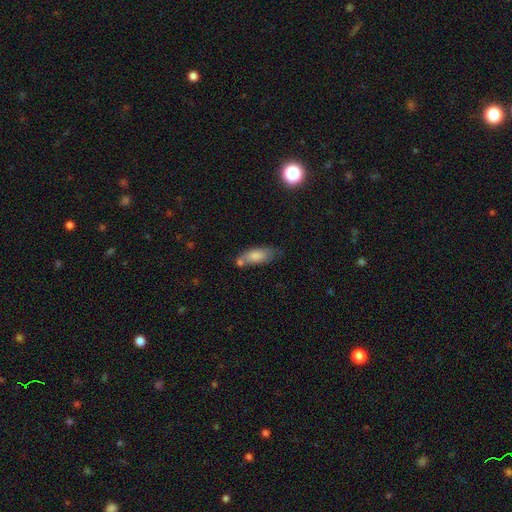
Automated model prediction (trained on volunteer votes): The model was most divided on "merging": none: 47%, minor disturbance: 24%, merger: 21%, major disturbance: 8%. More confident: smooth or featured — smooth (77%); how rounded — in between (76%).